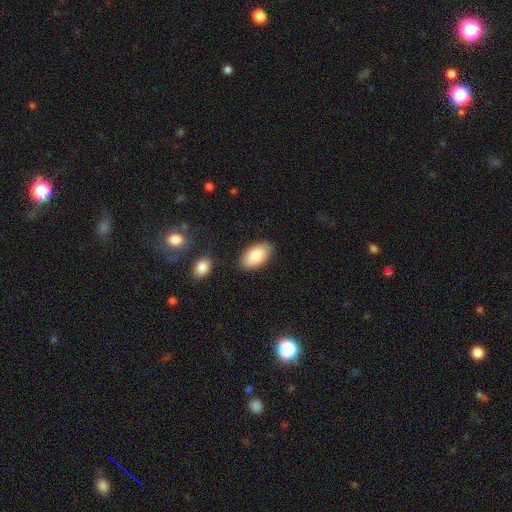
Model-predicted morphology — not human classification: A smooth galaxy with no disk features (85%) that is in between round and cigar-shaped (95%).

Vote fractions:
- Smooth or featured? smooth: 85% / featured or disk: 9% / star or artifact: 6%
- How rounded? in between: 95% / round: 3% / cigar-shaped: 2%
- Merging? none: 85% / minor disturbance: 10% / merger: 2% / major disturbance: 2%